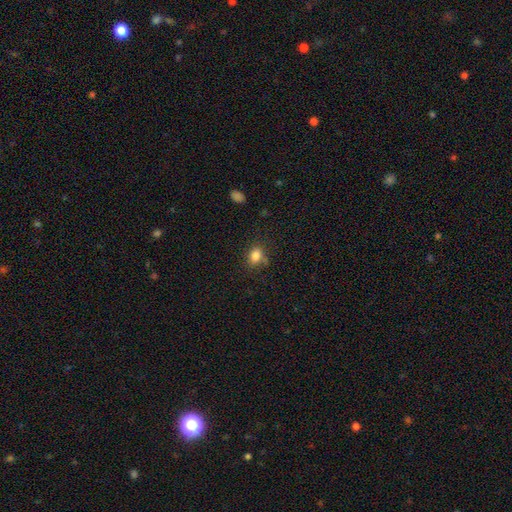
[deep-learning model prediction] Smooth or featured: smooth — 83% (star or artifact — 11%)
How rounded: in between — 56% (round — 43%)
Merging: none — 72% (minor disturbance — 17%)